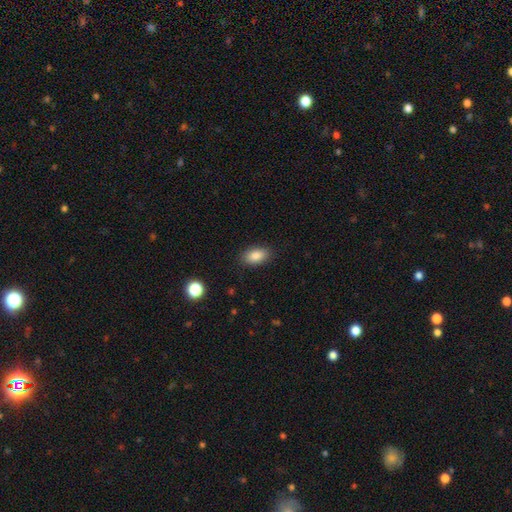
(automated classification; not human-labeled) Smooth or featured? smooth (87%)
How rounded? in between (91%)
Merging? none (87%)